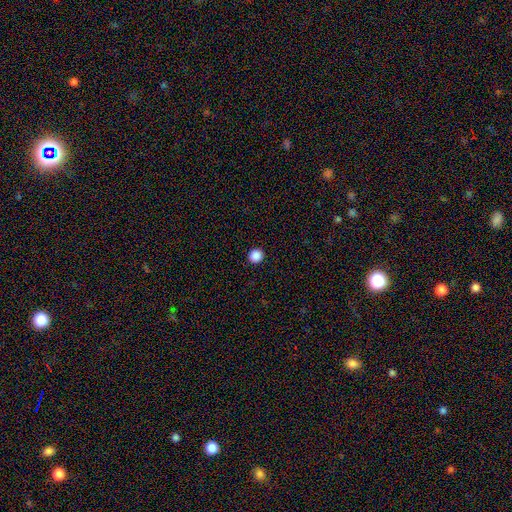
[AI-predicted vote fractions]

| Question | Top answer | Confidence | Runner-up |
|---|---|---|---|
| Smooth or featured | smooth | 88% | star or artifact (10%) |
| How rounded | round | 94% | in between (5%) |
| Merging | none | 94% | minor disturbance (4%) |